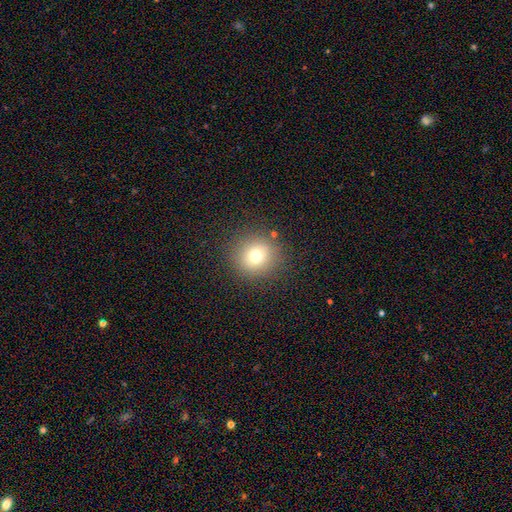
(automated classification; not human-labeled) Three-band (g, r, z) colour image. It shows a smooth galaxy with no disk features (73%) that is round (92%). Merging: none (88%).